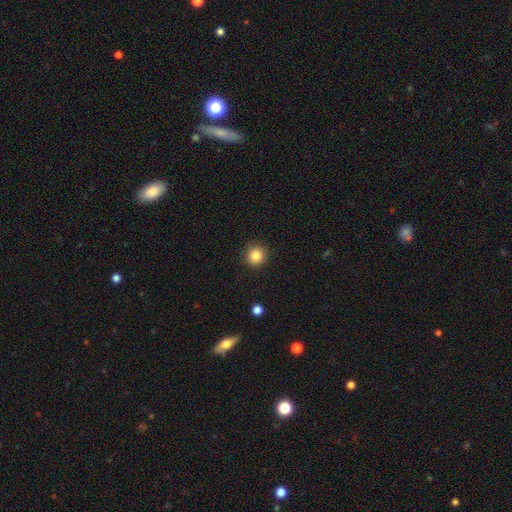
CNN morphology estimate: Q: Smooth or featured?
A: smooth (85%); runner-up: star or artifact (11%)
Q: How rounded?
A: round (93%); runner-up: in between (6%)
Q: Merging?
A: none (91%); runner-up: minor disturbance (6%)